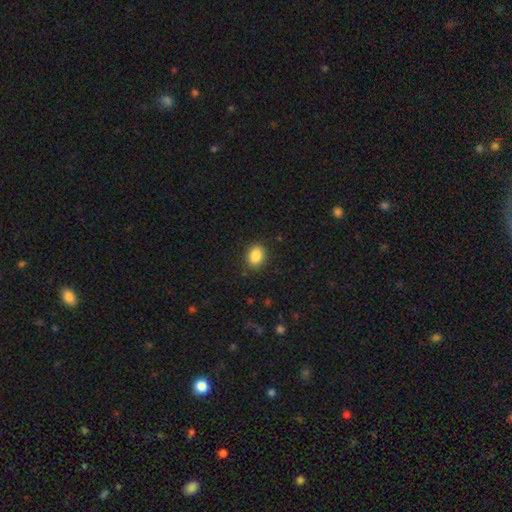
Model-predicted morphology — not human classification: This is clearly a smooth galaxy (88%). How rounded: likely in between (67%). Merging: clearly none (89%).